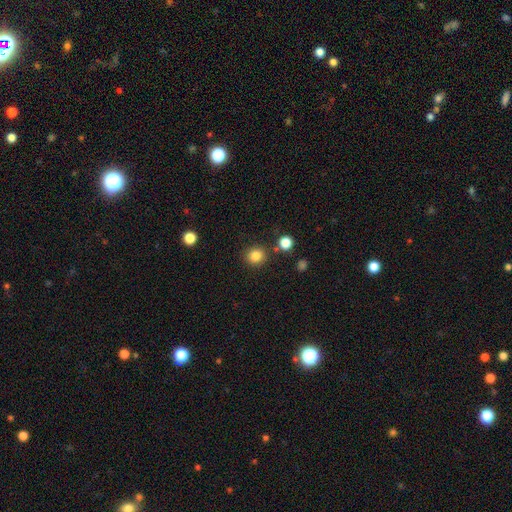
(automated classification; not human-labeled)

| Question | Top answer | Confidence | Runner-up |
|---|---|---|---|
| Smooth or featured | smooth | 84% | star or artifact (11%) |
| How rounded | round | 87% | in between (12%) |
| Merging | none | 86% | minor disturbance (7%) |